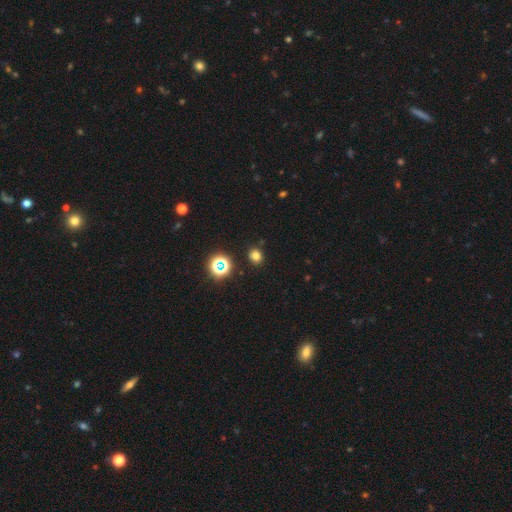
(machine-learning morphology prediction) The model was most divided on "smooth or featured": smooth: 74%, star or artifact: 21%, featured or disk: 5%. More confident: merging — none (88%); how rounded — round (79%).